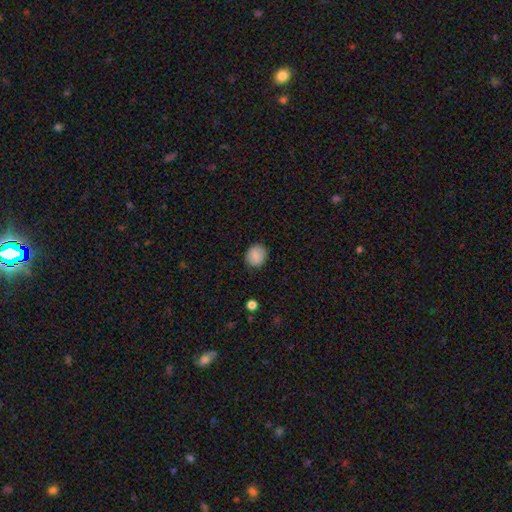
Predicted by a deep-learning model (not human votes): Smooth or featured?
  - smooth: 86% *
  - star or artifact: 8%
  - featured or disk: 6%
How rounded?
  - round: 75% *
  - in between: 24%
  - cigar-shaped: 1%
Merging?
  - none: 87% *
  - minor disturbance: 9%
  - major disturbance: 3%
  - merger: 1%